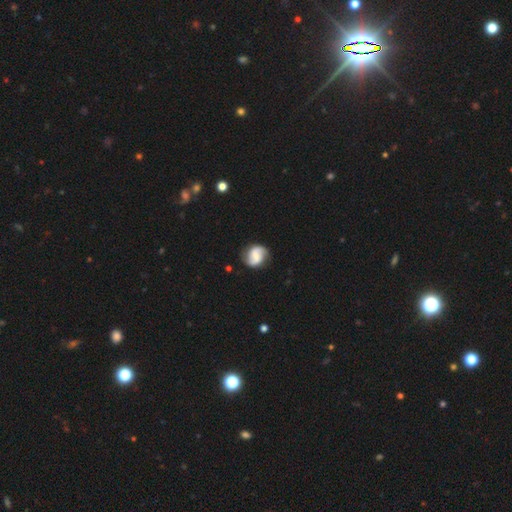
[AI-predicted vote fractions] featured or disk 75%, smooth 19%, star or artifact 6%. Down the decision tree: edge-on disk — no (98%); bar — weak (47%); spiral arms — yes (95%); spiral arm count — 2 (91%); spiral winding — medium (41%, tied with loose); bulge size — small (37%); merging — none (82%).